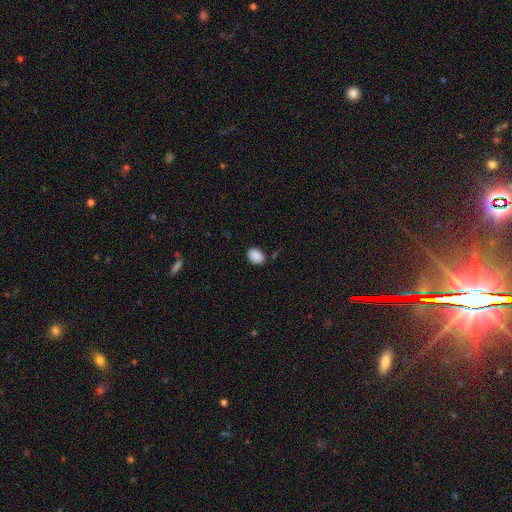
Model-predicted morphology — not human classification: A smooth galaxy with no disk features (89%) that is in between round and cigar-shaped (76%). Merging: none (80%).